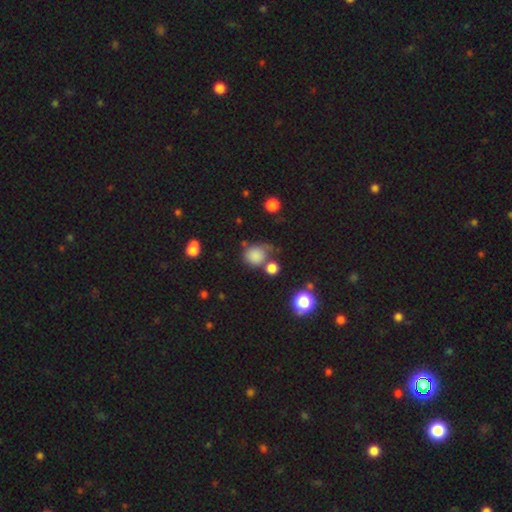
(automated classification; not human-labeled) The model was most divided on "merging": none: 54%, minor disturbance: 21%, merger: 15%, major disturbance: 11%. More confident: smooth or featured — smooth (82%); how rounded — round (81%).